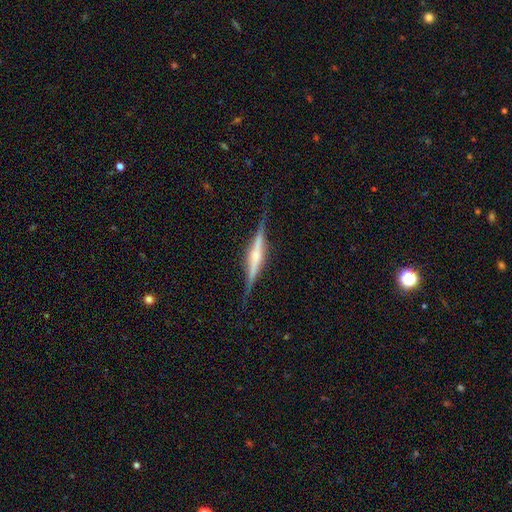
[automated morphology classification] A featured or disk galaxy (79%) viewed edge-on (98%) with a rounded central bulge (73%). Merging: none (86%).